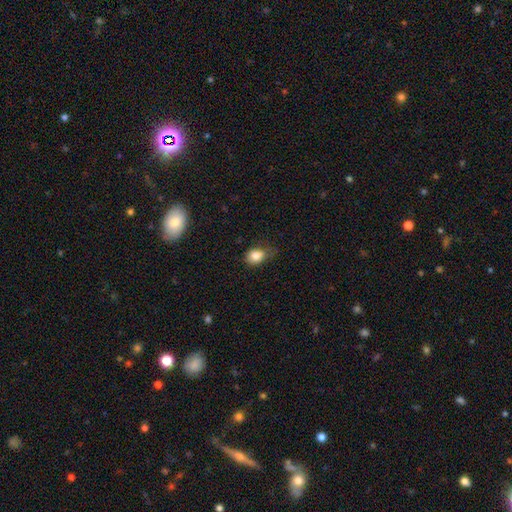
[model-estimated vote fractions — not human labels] A smooth galaxy with no disk features (83%) that is in between round and cigar-shaped (58%).

Vote fractions:
- Smooth or featured? smooth: 83% / star or artifact: 10% / featured or disk: 8%
- How rounded? in between: 58% / round: 41% / cigar-shaped: 1%
- Merging? none: 46% / minor disturbance: 38% / major disturbance: 14% / merger: 2%